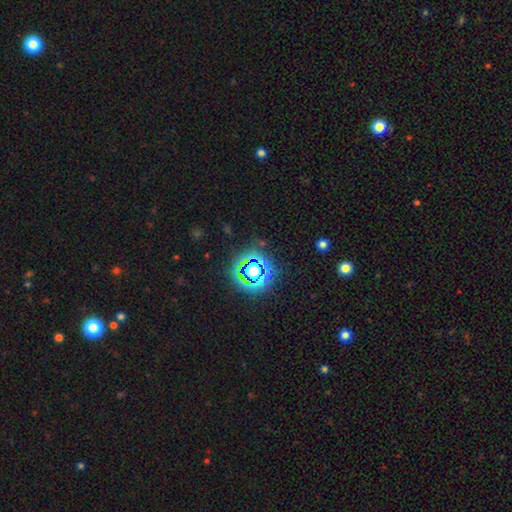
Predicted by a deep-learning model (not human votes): Smooth or featured? Predicted: star or artifact (p=0.81).